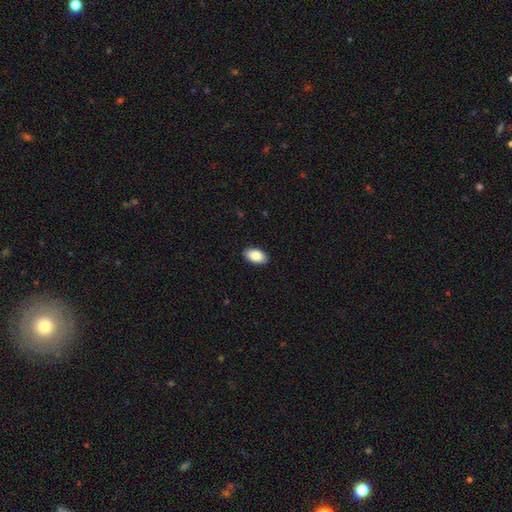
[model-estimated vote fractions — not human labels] Smooth or featured: smooth — 87% (star or artifact — 6%)
How rounded: in between — 94% (round — 4%)
Merging: none — 90% (minor disturbance — 8%)